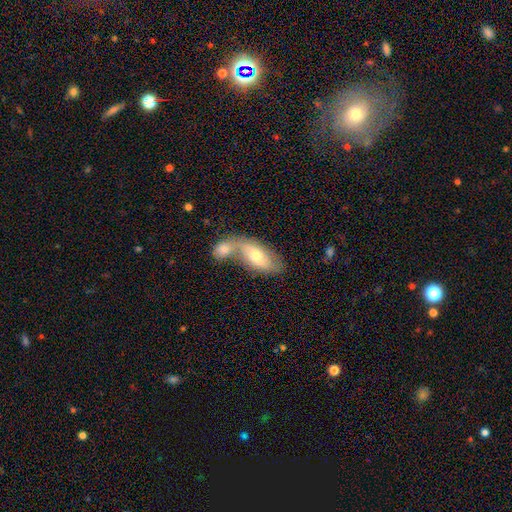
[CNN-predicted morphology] Smooth or featured: smooth — 50% (featured or disk — 44%)
Merging: merger — 63% (none — 23%)